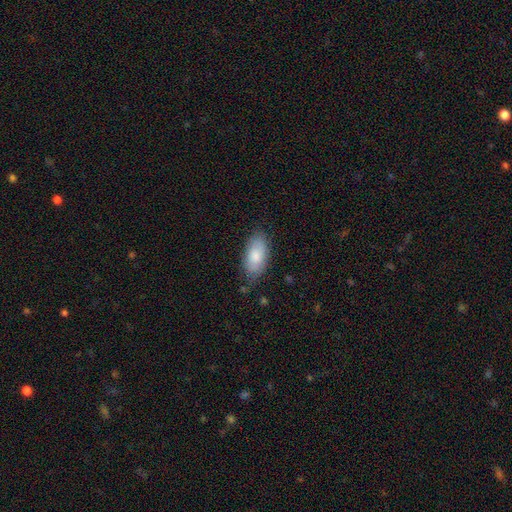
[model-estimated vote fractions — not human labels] Smooth or featured? Predicted: smooth (p=0.81). How rounded? Predicted: in between (p=0.92). Merging? Predicted: none (p=0.74).